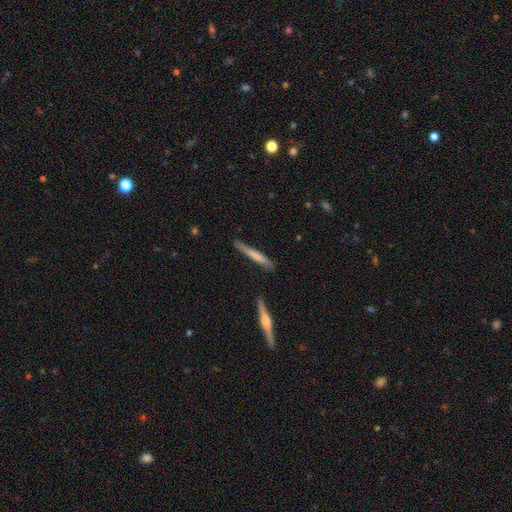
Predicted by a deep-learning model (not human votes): Smooth or featured? smooth (57%)
How rounded? cigar-shaped (95%)
Merging? none (73%)